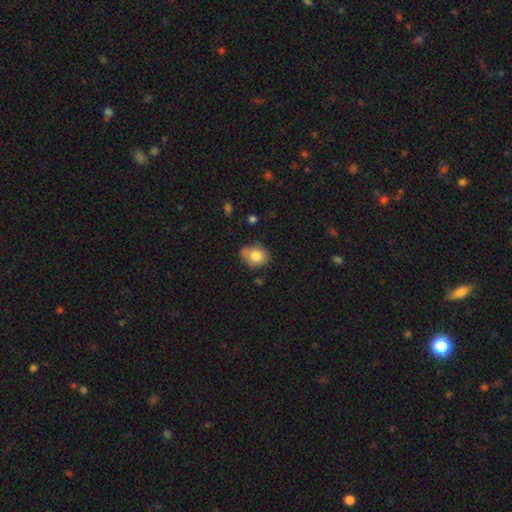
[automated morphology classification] Smooth or featured? Predicted: smooth (p=0.79). How rounded? Predicted: round (p=0.53). Merging? Predicted: none (p=0.63).